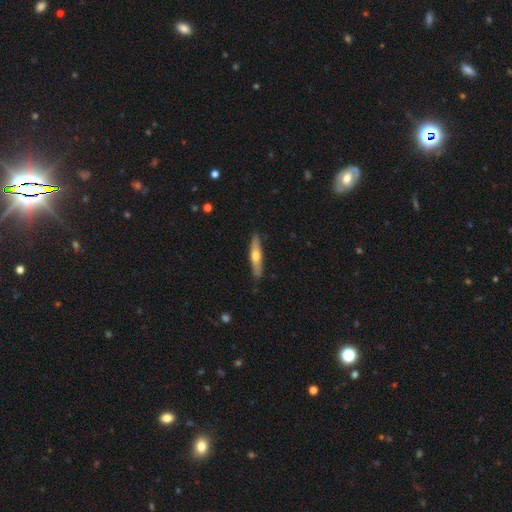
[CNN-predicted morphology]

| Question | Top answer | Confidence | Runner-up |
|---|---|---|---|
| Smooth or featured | smooth | 52% | featured or disk (43%) |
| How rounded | cigar-shaped | 85% | in between (13%) |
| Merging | none | 88% | minor disturbance (9%) |